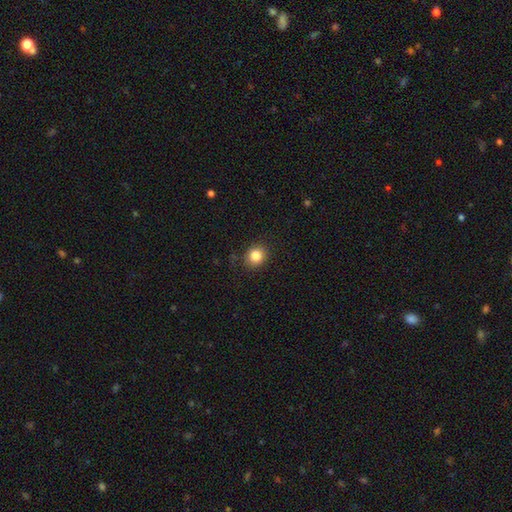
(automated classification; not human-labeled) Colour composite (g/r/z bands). It shows a smooth galaxy with no disk features (84%) that is round (78%). Merging: none (88%).